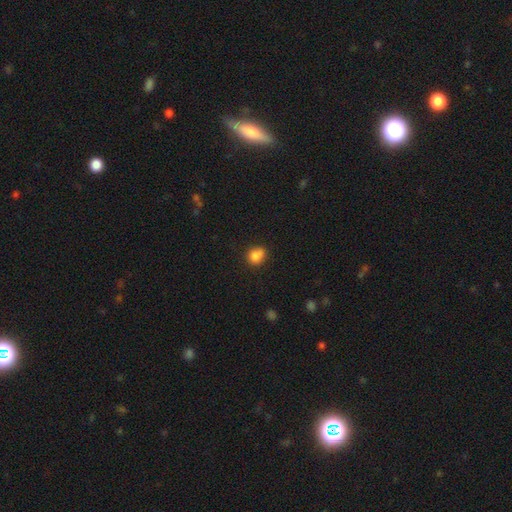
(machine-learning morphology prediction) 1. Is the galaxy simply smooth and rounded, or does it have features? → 81% smooth, 10% star or artifact, 8% featured or disk.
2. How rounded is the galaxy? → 71% round, 28% in between, 1% cigar-shaped.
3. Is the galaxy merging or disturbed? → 57% none, 22% minor disturbance, 16% merger, 6% major disturbance.